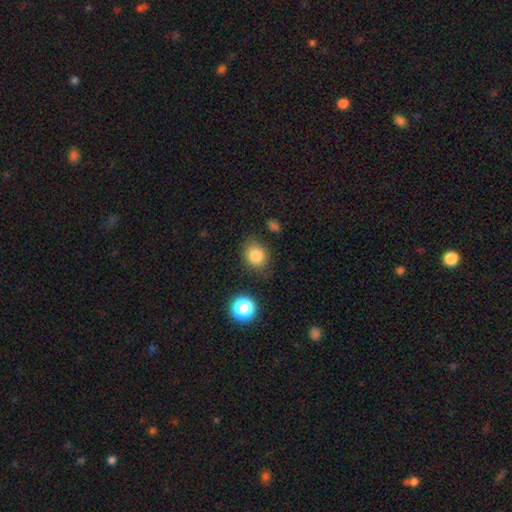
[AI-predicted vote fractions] This is clearly a smooth galaxy (83%). How rounded: likely round (64%). Merging: likely none (78%).